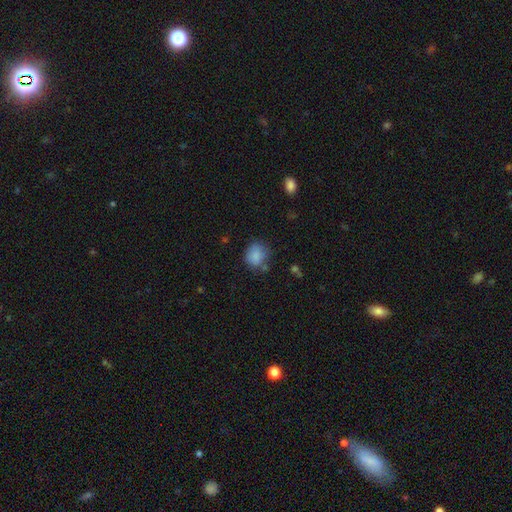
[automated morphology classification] Overall: smooth (85%). How rounded: round (76%). Merging: none (67%).